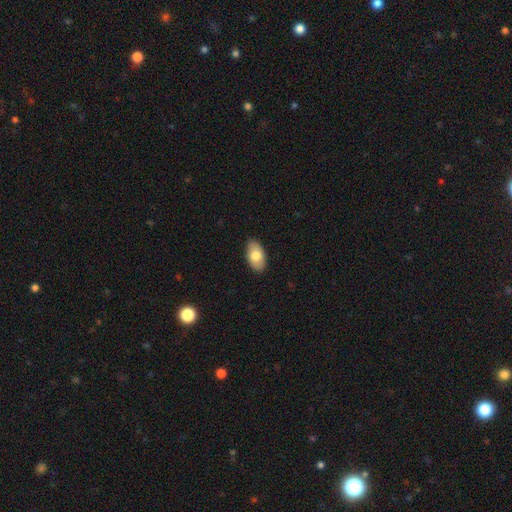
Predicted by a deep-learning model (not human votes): This is likely a smooth galaxy (77%). How rounded: clearly in between (94%). Merging: clearly none (87%).